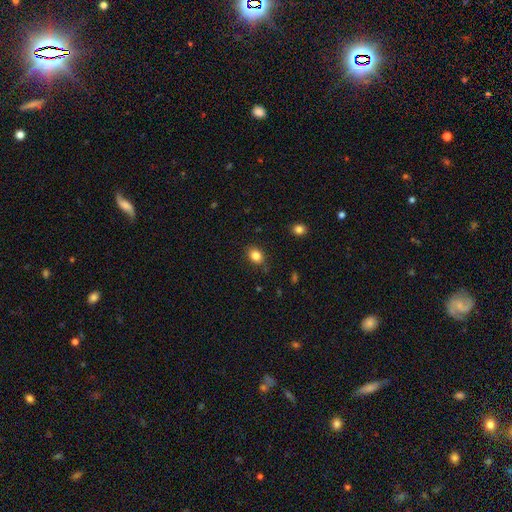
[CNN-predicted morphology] smooth-or-featured: smooth: 84% | star or artifact: 11% | featured or disk: 6%
  how-rounded: in between: 57% | round: 42% | cigar-shaped: 1%
  merging: none: 84% | minor disturbance: 12% | major disturbance: 3% | merger: 2%